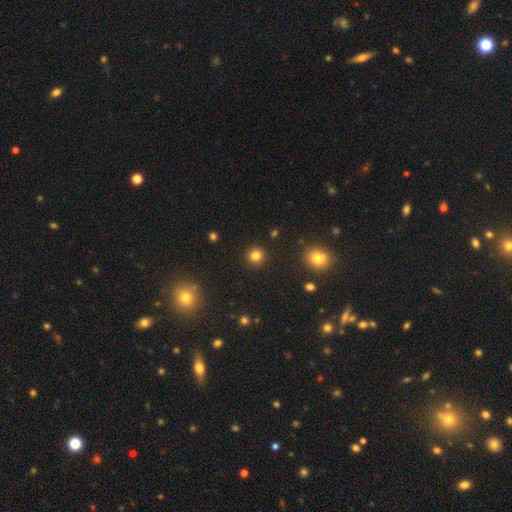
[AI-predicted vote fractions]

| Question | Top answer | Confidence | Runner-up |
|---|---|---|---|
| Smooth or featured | smooth | 82% | star or artifact (13%) |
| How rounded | round | 94% | in between (5%) |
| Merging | none | 92% | minor disturbance (5%) |